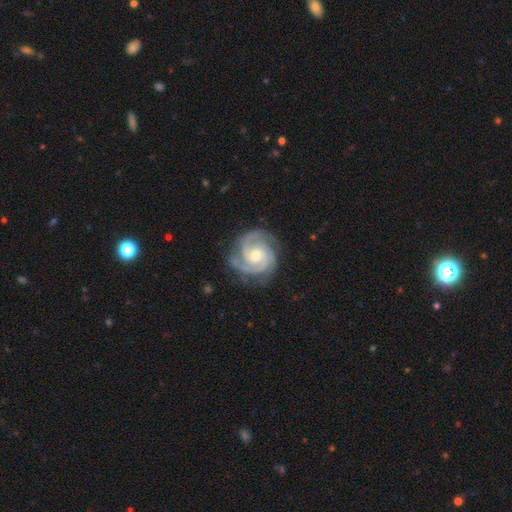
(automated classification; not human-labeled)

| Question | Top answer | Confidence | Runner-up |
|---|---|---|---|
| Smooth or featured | featured or disk | 93% | star or artifact (3%) |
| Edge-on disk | no | 98% | yes (2%) |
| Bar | no | 63% | weak (31%) |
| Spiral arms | yes | 99% | no (1%) |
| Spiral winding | tight | 63% | medium (34%) |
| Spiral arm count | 3 | 54% | 2 (29%) |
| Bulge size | moderate | 55% | small (40%) |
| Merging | none | 79% | minor disturbance (15%) |